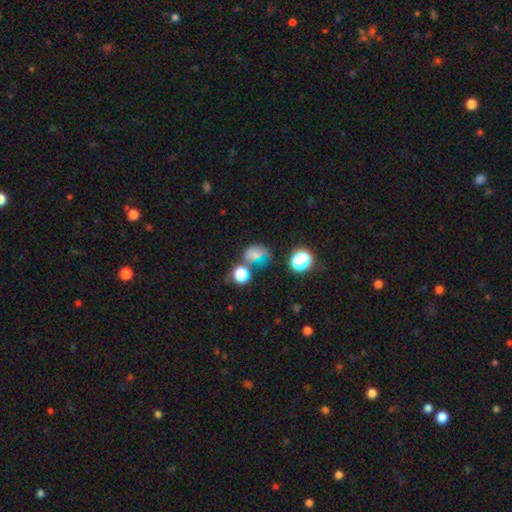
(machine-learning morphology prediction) Q: Smooth or featured?
A: smooth (63%); runner-up: star or artifact (23%)
Q: How rounded?
A: round (60%); runner-up: in between (39%)
Q: Merging?
A: none (43%); runner-up: merger (23%)